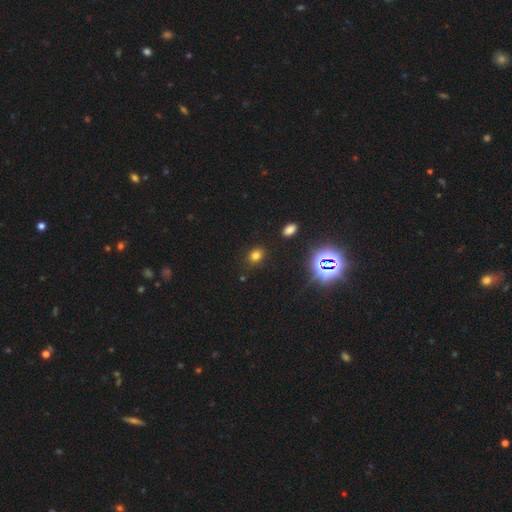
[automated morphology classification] type=smooth (72%); roundness=round (53%); merging=none (86%).